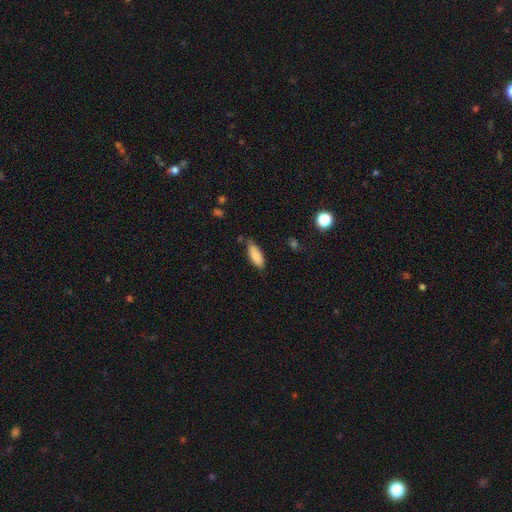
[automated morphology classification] A smooth galaxy with no disk features (85%) that is in between round and cigar-shaped (70%). Merging: none (69%).